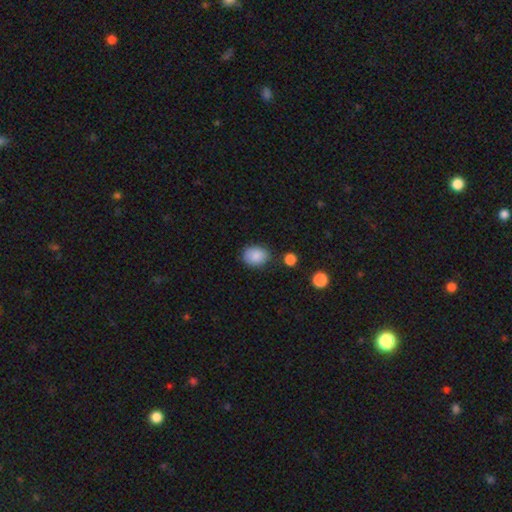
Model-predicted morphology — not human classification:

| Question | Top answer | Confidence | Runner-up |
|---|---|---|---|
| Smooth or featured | smooth | 87% | star or artifact (8%) |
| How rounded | in between | 62% | round (37%) |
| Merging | none | 77% | minor disturbance (16%) |